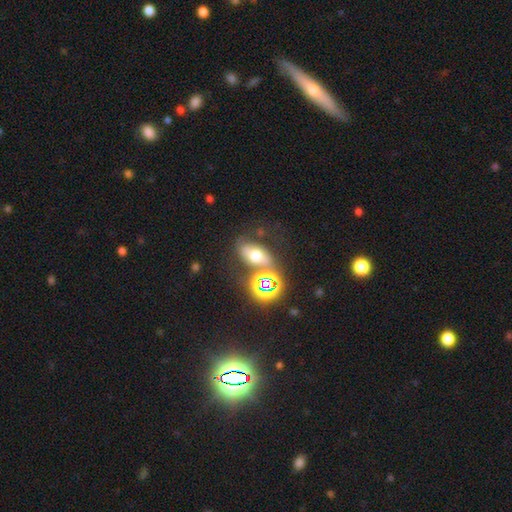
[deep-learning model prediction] This appears to be a smooth galaxy with no disk features (48%). Merging: none (57%).